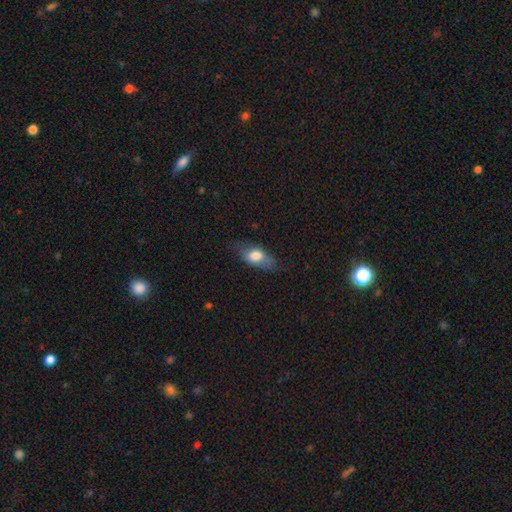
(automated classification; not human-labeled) Smooth or featured?
  - smooth: 69% *
  - featured or disk: 24%
  - star or artifact: 8%
How rounded?
  - in between: 81% *
  - cigar-shaped: 11%
  - round: 8%
Merging?
  - none: 65% *
  - minor disturbance: 24%
  - major disturbance: 10%
  - merger: 1%